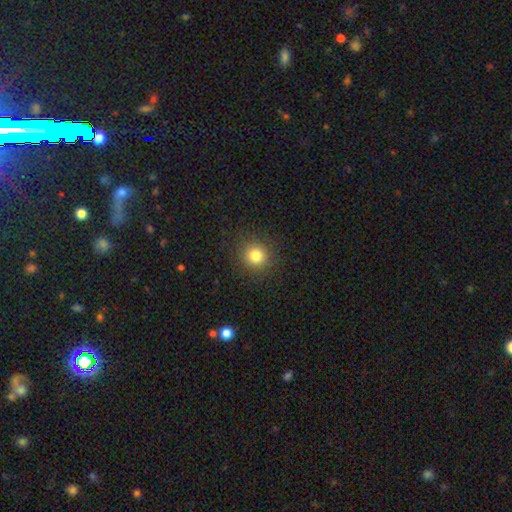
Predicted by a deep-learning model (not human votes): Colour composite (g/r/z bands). It shows a smooth galaxy with no disk features (81%) that is round (93%). Merging: none (91%).